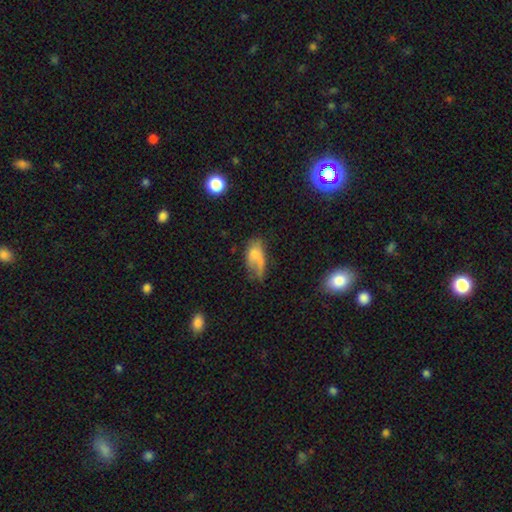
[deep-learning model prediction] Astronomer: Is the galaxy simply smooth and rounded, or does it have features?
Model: smooth — 58%.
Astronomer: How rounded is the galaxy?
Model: in between — 88%.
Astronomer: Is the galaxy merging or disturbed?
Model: major disturbance — 34% (runner-up: minor disturbance, 29%).